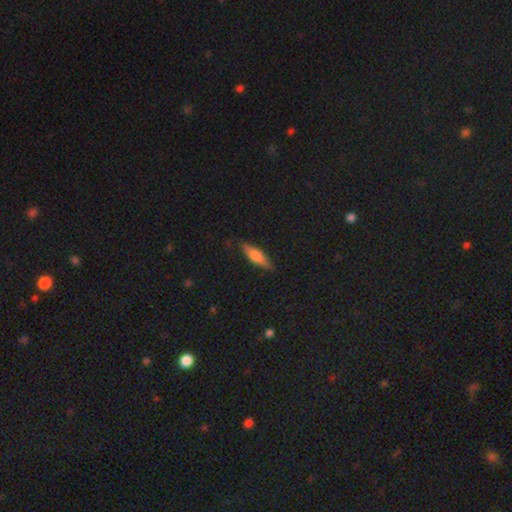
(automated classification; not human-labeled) smooth_or_featured: smooth (p=0.63) [alt: featured or disk p=0.31]
how_rounded: cigar-shaped (p=0.54) [alt: in between p=0.44]
merging: none (p=0.82) [alt: minor disturbance p=0.14]